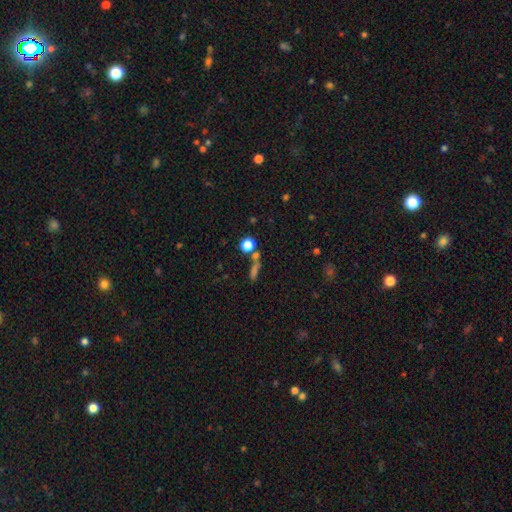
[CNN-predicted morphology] A star or artifact, not a galaxy (42%).

Vote fractions:
- Smooth or featured? star or artifact: 42% / smooth: 40% / featured or disk: 18%